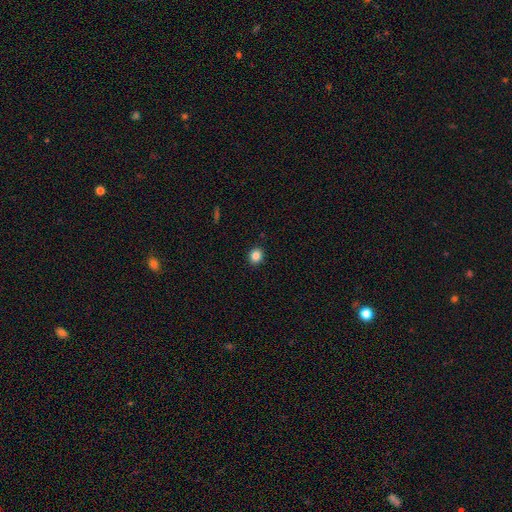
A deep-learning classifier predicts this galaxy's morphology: type=smooth (86%); roundness=round (77%); merging=none (92%).